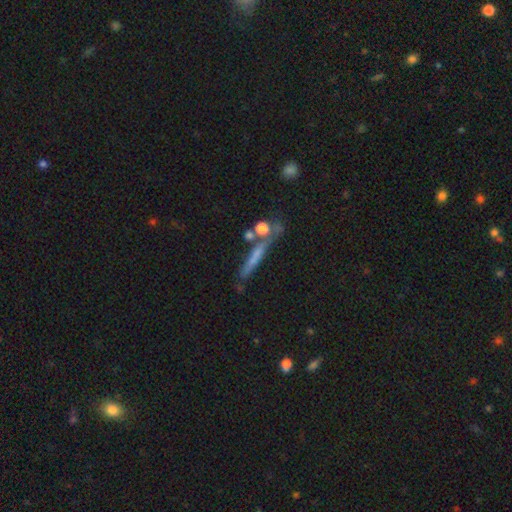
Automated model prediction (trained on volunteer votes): Morphology: type=smooth (50%); merging=none (69%).